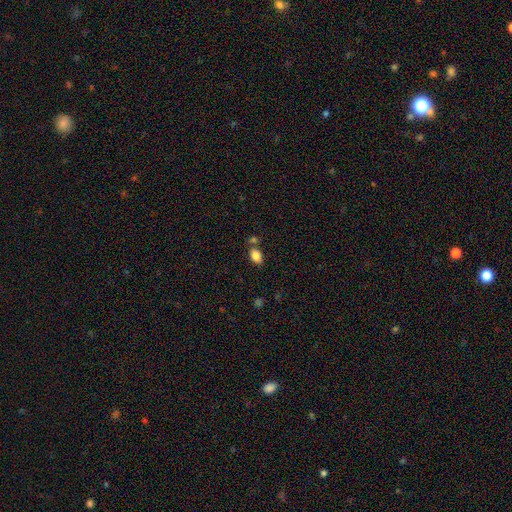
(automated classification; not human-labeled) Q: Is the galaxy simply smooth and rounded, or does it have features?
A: smooth — 84%.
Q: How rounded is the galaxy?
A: in between — 82%.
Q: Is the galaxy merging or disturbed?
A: none — 66%.